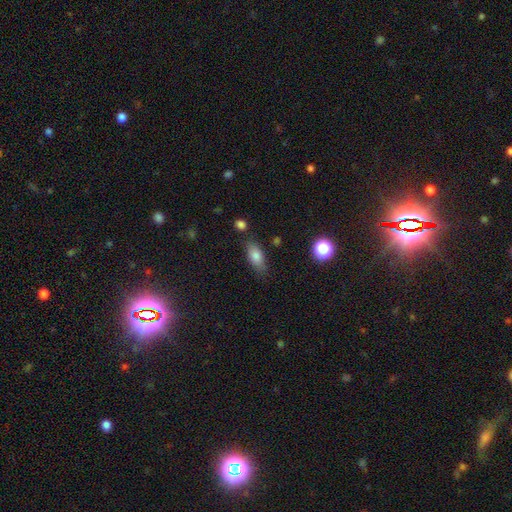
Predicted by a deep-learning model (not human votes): The model was most divided on "merging": none: 77%, minor disturbance: 15%, merger: 4%, major disturbance: 4%. More confident: how rounded — in between (82%); smooth or featured — smooth (79%).